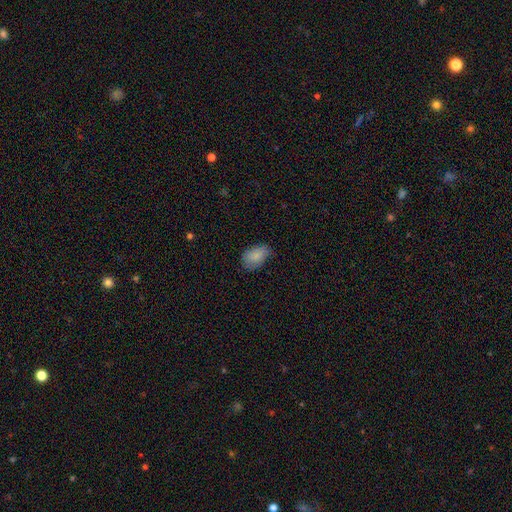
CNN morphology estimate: smooth 84%, featured or disk 9%, star or artifact 7%. Down the decision tree: how rounded — in between (89%); merging — none (63%).